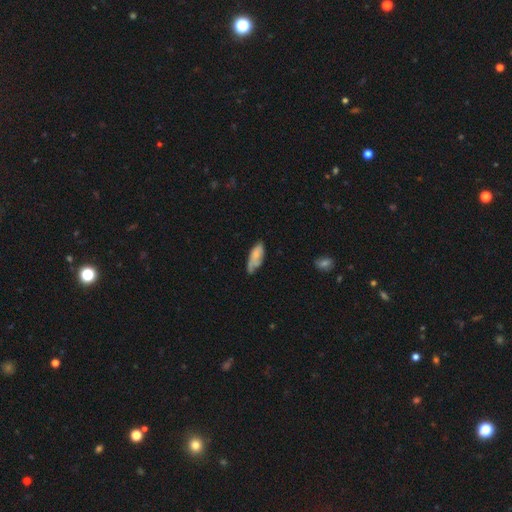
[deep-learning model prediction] Q: Smooth or featured?
A: smooth (64%); runner-up: featured or disk (29%)
Q: How rounded?
A: in between (76%); runner-up: cigar-shaped (22%)
Q: Merging?
A: none (46%); runner-up: minor disturbance (37%)